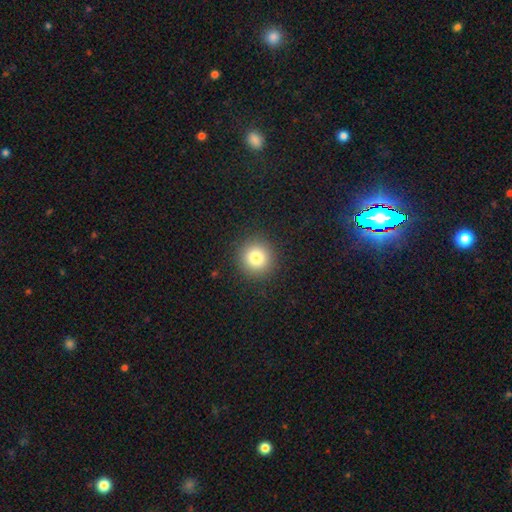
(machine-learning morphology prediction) This appears to be a smooth galaxy with no disk features (80%) that is round (94%). Merging: none (92%).